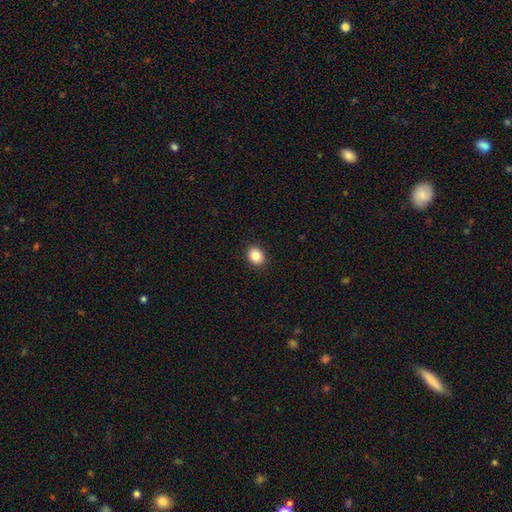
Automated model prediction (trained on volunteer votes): Morphology: type=smooth (87%); roundness=round (54%); merging=none (91%).